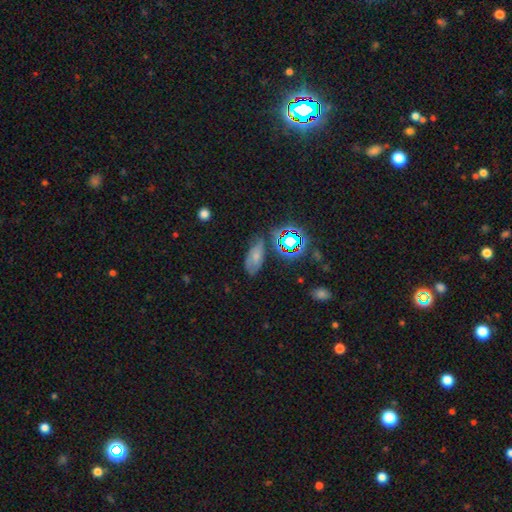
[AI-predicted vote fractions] smooth 51%, star or artifact 25%, featured or disk 24%. Down the decision tree: how rounded — in between (87%); merging — none (61%).